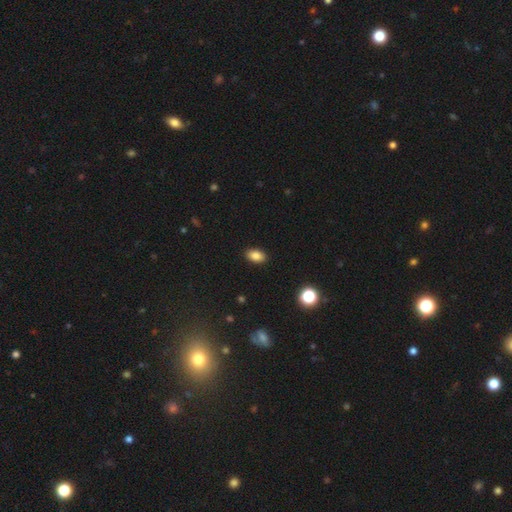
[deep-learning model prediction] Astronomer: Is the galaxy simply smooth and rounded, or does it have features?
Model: smooth — 85%.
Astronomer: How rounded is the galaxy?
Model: in between — 89%.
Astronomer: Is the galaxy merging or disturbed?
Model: none — 90%.